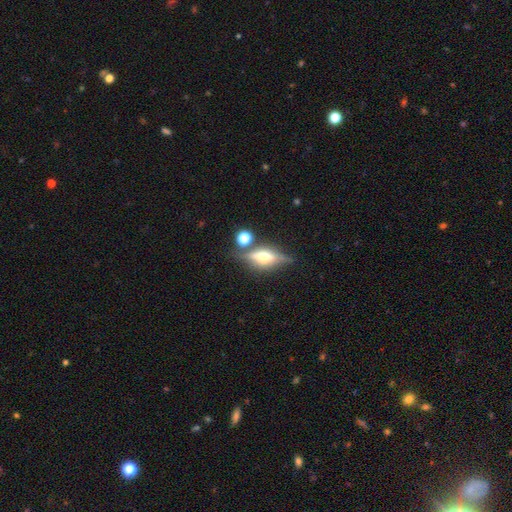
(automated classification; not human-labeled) This is likely a featured or disk galaxy (68%). It is clearly viewed edge-on (92%). Edge-on bulge: clearly rounded (91%). Merging: likely none (75%).